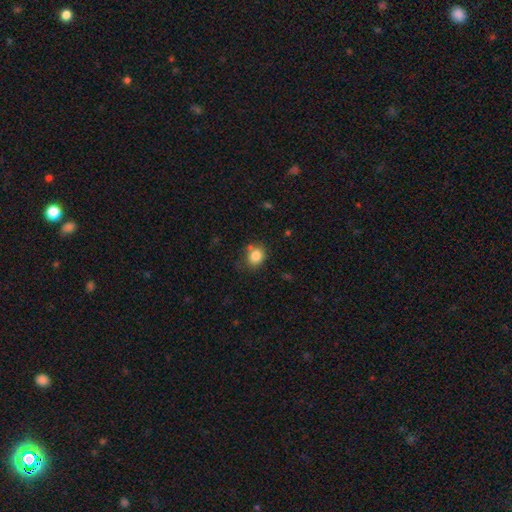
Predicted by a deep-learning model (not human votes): Q: Smooth or featured?
A: smooth (83%); runner-up: star or artifact (10%)
Q: How rounded?
A: round (69%); runner-up: in between (30%)
Q: Merging?
A: none (71%); runner-up: minor disturbance (16%)